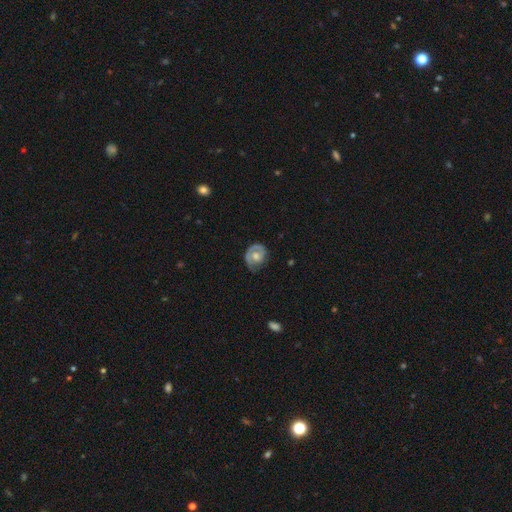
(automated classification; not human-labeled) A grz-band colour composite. It shows a featured or disk galaxy (69%) with no bar (74%), 1 (59%) tight (61%) spiral arms (80%) and a moderate central bulge (62%). Merging: none (64%).